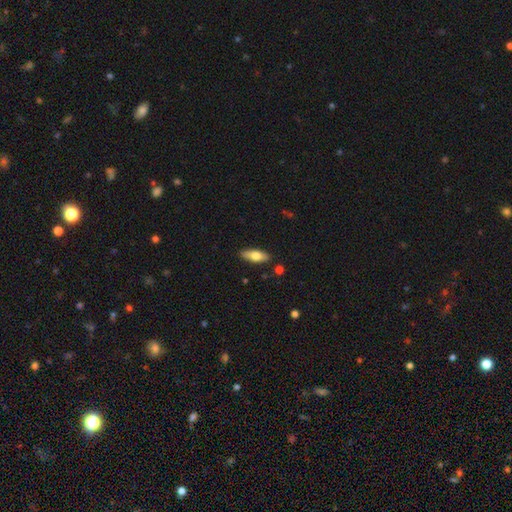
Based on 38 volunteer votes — Q: Smooth or featured?
A: smooth (63%); runner-up: featured or disk (29%)
Q: How rounded?
A: in between (79%); runner-up: cigar-shaped (17%)
Q: Merging?
A: none (91%); runner-up: minor disturbance (9%)